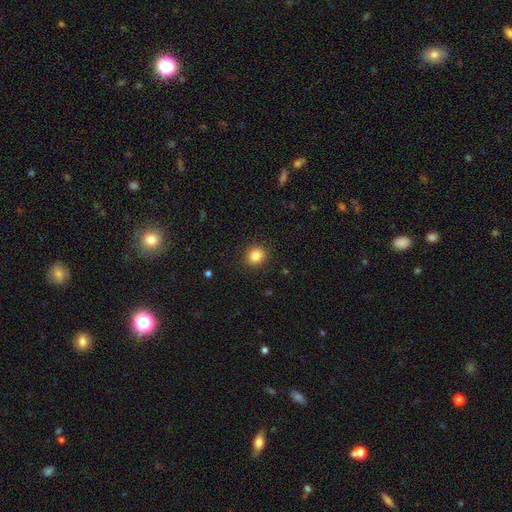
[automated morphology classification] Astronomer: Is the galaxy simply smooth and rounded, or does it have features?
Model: smooth — 85%.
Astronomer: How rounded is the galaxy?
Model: round — 88%.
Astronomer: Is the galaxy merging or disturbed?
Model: none — 91%.